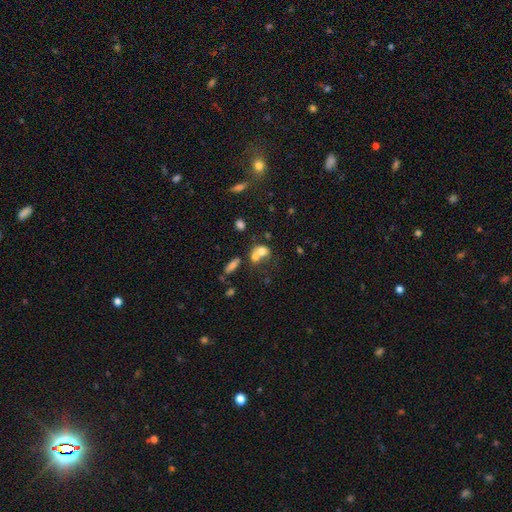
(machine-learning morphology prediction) type=smooth (67%); roundness=round (53%); merging=merger (56%).